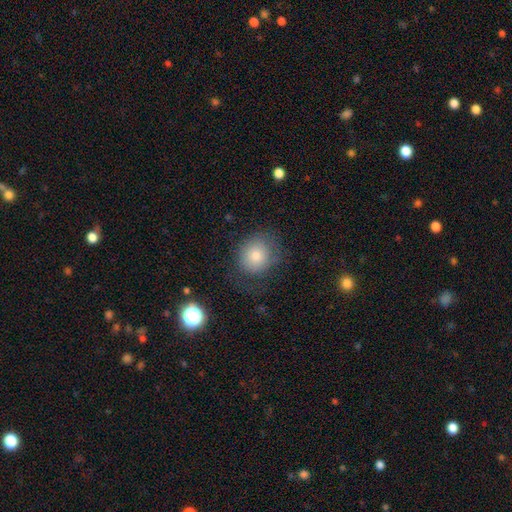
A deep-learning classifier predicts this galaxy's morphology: This appears to be a smooth galaxy with no disk features (76%) that is round (78%). Merging: none (66%).